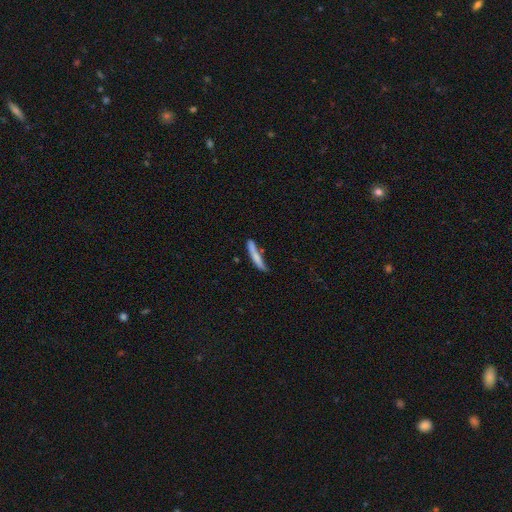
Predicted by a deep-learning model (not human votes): Smooth or featured: smooth — 71% (featured or disk — 22%)
How rounded: cigar-shaped — 93% (in between — 6%)
Merging: none — 60% (minor disturbance — 23%)